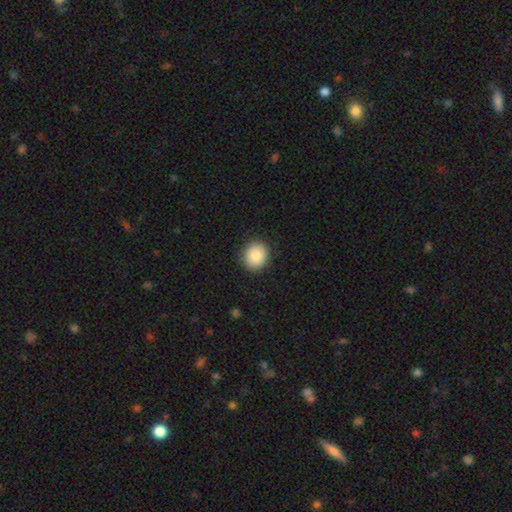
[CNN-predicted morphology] smooth 85%, star or artifact 8%, featured or disk 7%. Down the decision tree: how rounded — round (79%); merging — none (89%).